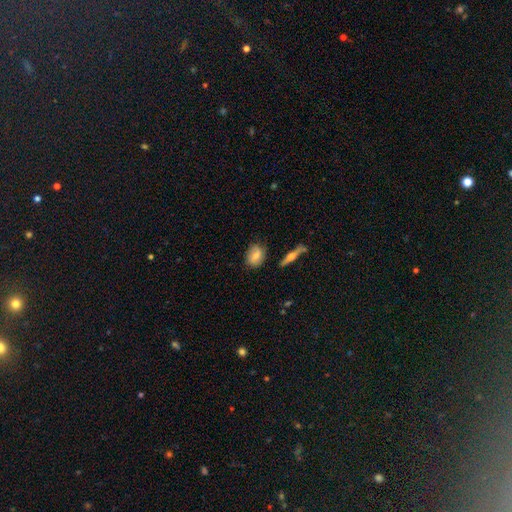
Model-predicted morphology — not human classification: The model was most divided on "how rounded": in between: 61%, round: 34%, cigar-shaped: 5%. More confident: merging — none (77%); smooth or featured — smooth (67%).